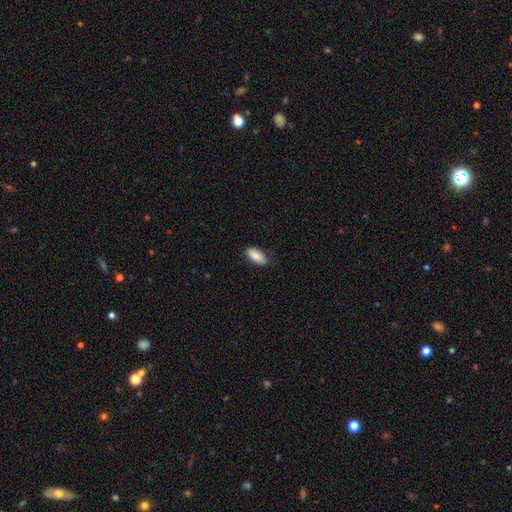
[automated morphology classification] Q: Smooth or featured?
A: smooth (88%); runner-up: star or artifact (6%)
Q: How rounded?
A: in between (90%); runner-up: cigar-shaped (8%)
Q: Merging?
A: none (74%); runner-up: minor disturbance (21%)